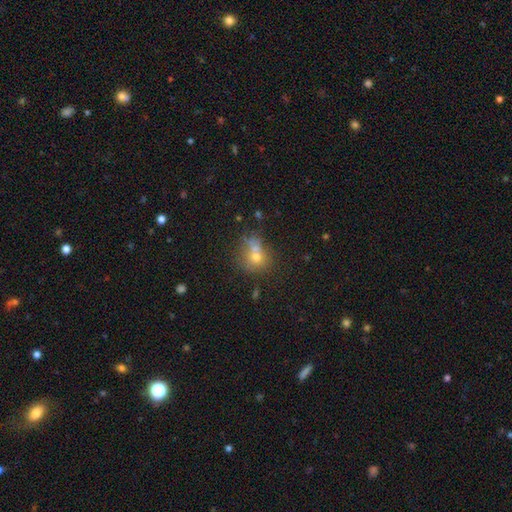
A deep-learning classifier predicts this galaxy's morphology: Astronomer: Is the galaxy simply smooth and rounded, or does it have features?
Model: smooth — 61%.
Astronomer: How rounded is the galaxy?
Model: round — 68%.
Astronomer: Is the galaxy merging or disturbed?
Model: none — 41% (runner-up: merger, 36%).